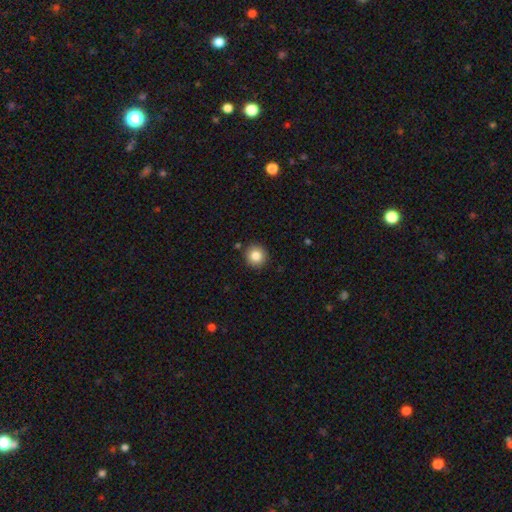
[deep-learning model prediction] Morphology: type=smooth (84%); roundness=round (94%); merging=none (90%).